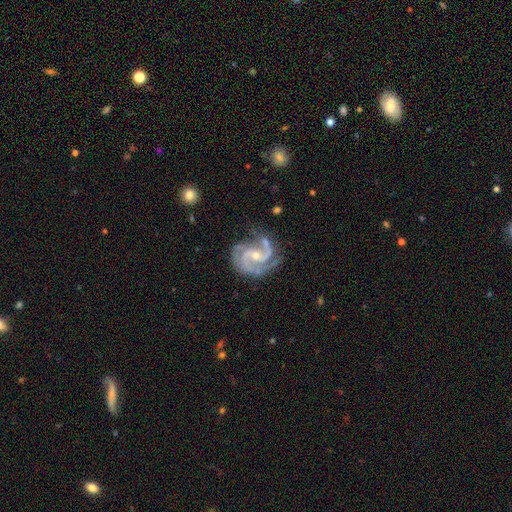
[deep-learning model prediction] This is clearly a featured or disk galaxy (92%). It is clearly not viewed edge-on (98%). Bar: marginally no (43%). Spiral arm pattern: clearly yes (98%). Spiral arm count: likely 2 (60%). Spiral winding: possibly medium (55%). Central bulge: likely small (64%). Merging: likely none (63%).